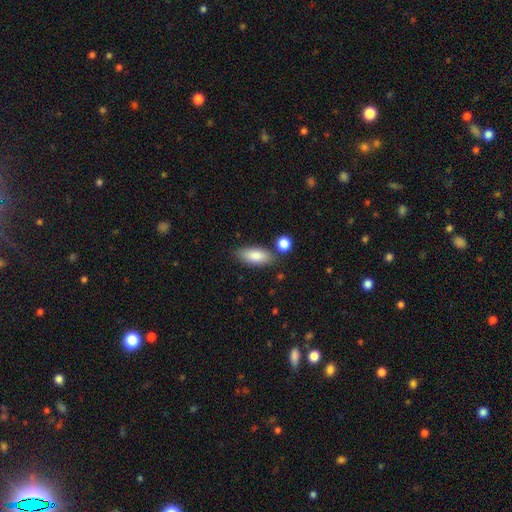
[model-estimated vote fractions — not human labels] The model was most divided on "merging": none: 77%, minor disturbance: 13%, merger: 8%, major disturbance: 3%. More confident: smooth or featured — smooth (84%); how rounded — in between (81%).